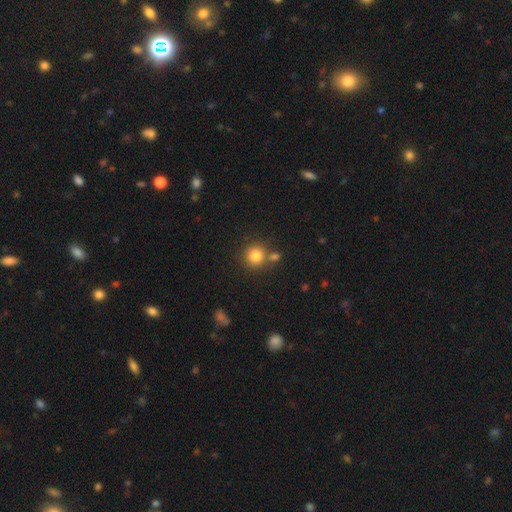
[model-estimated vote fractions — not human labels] A smooth galaxy with no disk features (81%) that is round (91%).

Vote fractions:
- Smooth or featured? smooth: 81% / star or artifact: 12% / featured or disk: 8%
- How rounded? round: 91% / in between: 8% / cigar-shaped: 1%
- Merging? none: 70% / merger: 19% / minor disturbance: 9% / major disturbance: 3%